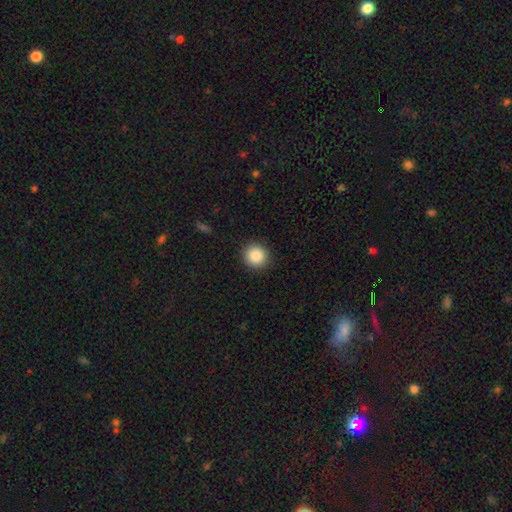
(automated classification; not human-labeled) Overall: smooth (87%). How rounded: round (91%). Merging: none (91%).